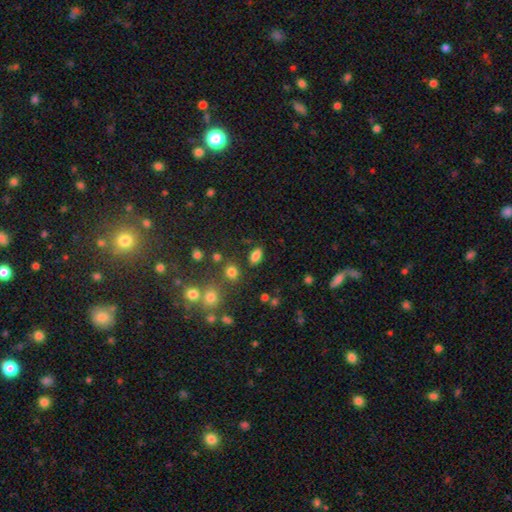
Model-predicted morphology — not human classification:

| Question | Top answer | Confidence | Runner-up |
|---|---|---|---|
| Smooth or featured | smooth | 82% | star or artifact (12%) |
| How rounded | in between | 87% | round (10%) |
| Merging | none | 82% | minor disturbance (11%) |